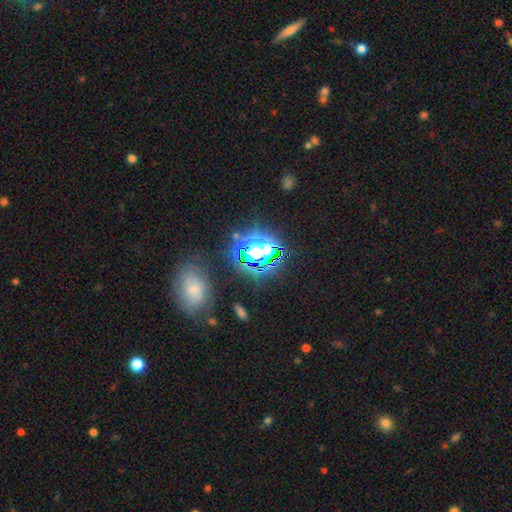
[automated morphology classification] Smooth or featured: star or artifact — 65% (smooth — 25%)